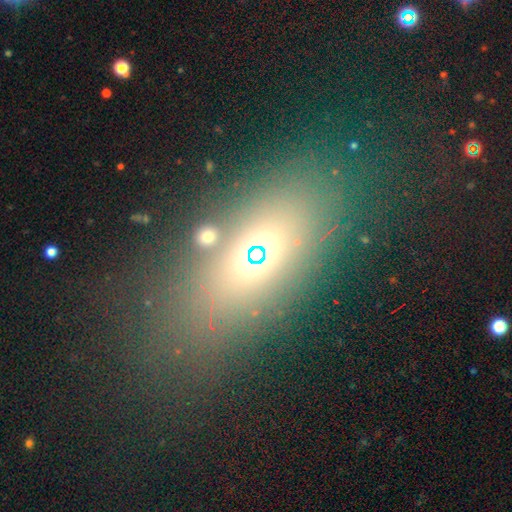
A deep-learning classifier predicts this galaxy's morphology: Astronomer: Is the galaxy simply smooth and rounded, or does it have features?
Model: smooth — 53% (runner-up: star or artifact, 29%).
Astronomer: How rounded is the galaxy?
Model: in between — 79%.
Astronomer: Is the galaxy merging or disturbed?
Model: none — 73%.